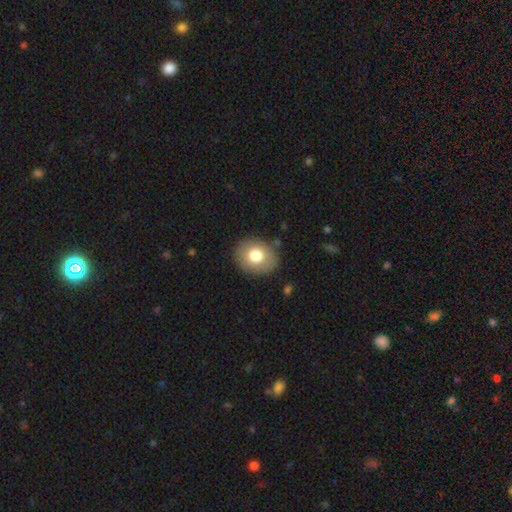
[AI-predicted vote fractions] Smooth or featured: smooth — 76% (featured or disk — 16%)
How rounded: round — 65% (in between — 34%)
Merging: none — 86% (minor disturbance — 10%)